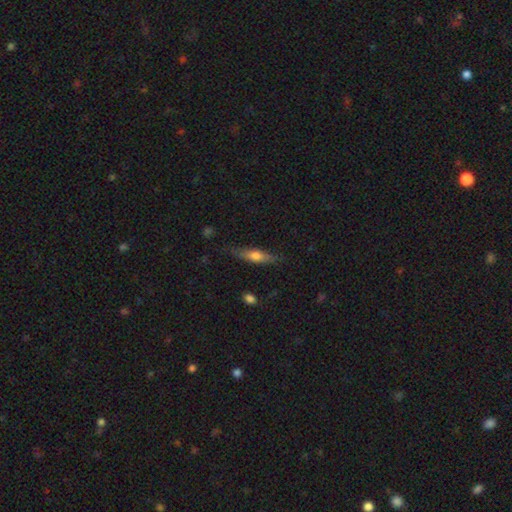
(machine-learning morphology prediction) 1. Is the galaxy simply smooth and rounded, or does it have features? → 53% smooth, 40% featured or disk, 7% star or artifact.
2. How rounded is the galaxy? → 68% cigar-shaped, 30% in between, 3% round.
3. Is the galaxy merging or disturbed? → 79% none, 16% minor disturbance, 4% major disturbance, 2% merger.